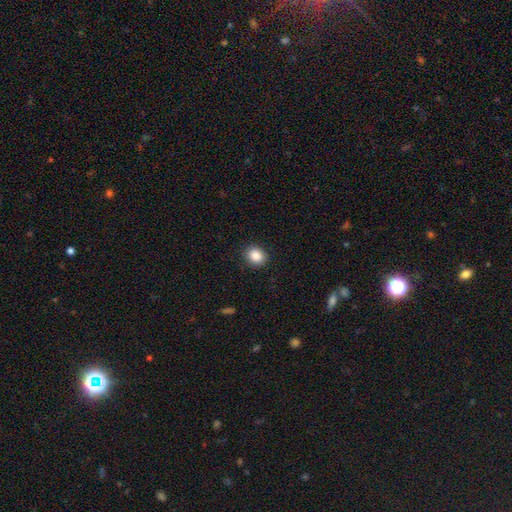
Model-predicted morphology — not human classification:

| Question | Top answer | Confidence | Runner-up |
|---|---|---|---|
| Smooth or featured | smooth | 87% | star or artifact (9%) |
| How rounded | round | 71% | in between (28%) |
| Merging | none | 90% | minor disturbance (7%) |